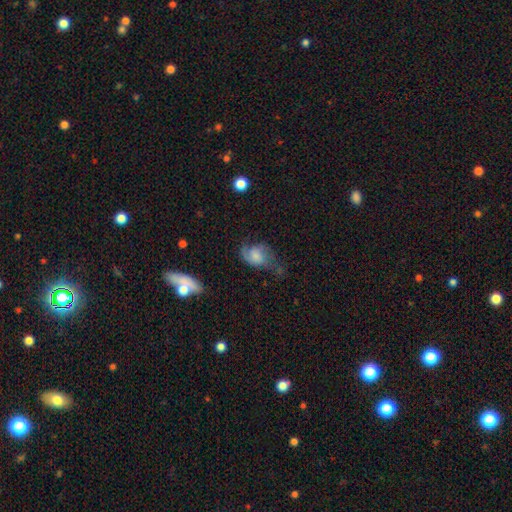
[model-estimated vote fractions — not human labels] Smooth or featured? Predicted: featured or disk (p=0.52). Edge-on disk? Predicted: no (p=0.97). Merging? Predicted: none (p=0.34).